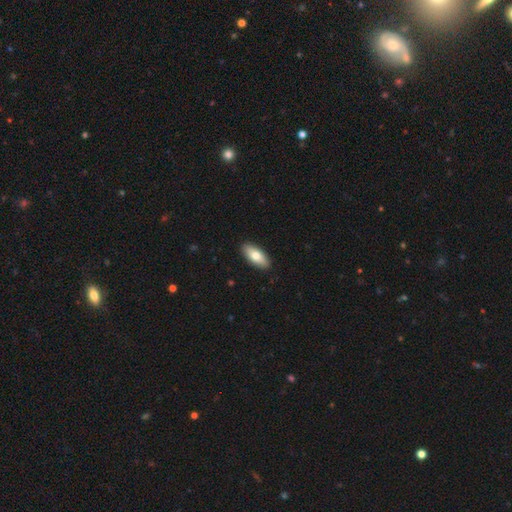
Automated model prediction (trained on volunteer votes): smooth_or_featured: smooth (p=0.75) [alt: featured or disk p=0.20]
how_rounded: in between (p=0.84) [alt: cigar-shaped p=0.14]
merging: none (p=0.90) [alt: minor disturbance p=0.07]